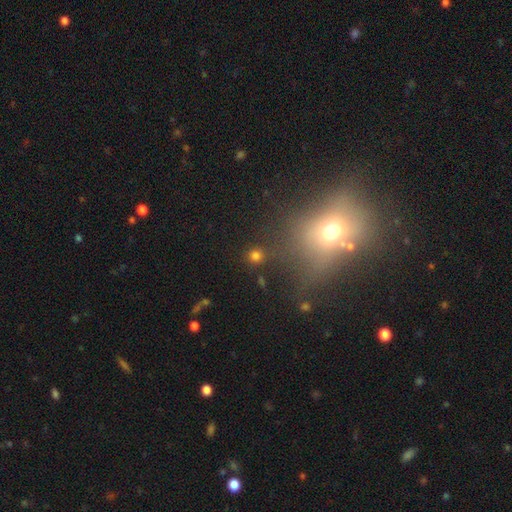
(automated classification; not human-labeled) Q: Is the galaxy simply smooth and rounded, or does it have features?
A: smooth — 77%.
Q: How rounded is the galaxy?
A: round — 90%.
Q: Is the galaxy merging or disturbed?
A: none — 83%.